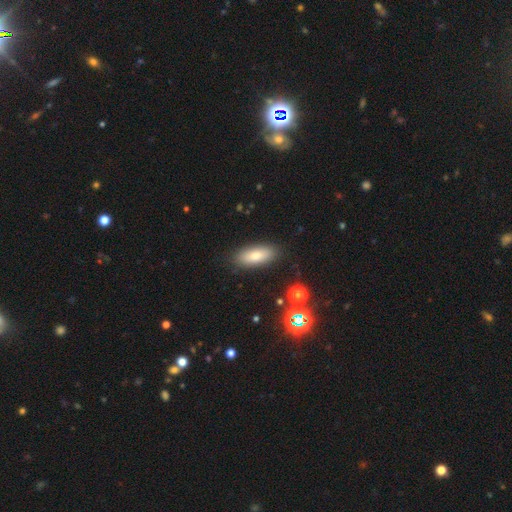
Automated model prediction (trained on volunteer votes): Smooth or featured? Predicted: smooth (p=0.78). How rounded? Predicted: in between (p=0.78). Merging? Predicted: none (p=0.86).